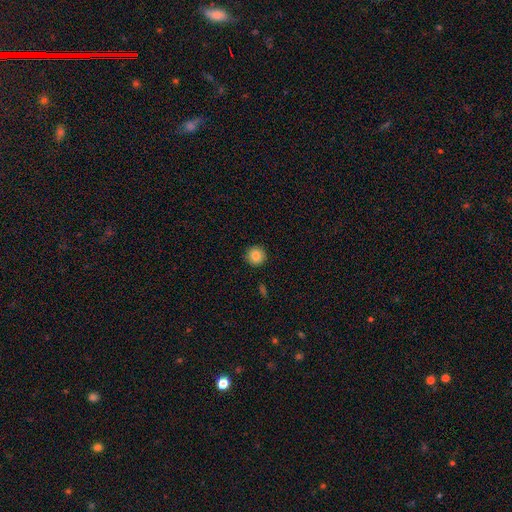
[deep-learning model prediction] Smooth or featured?
  - smooth: 85% *
  - star or artifact: 9%
  - featured or disk: 6%
How rounded?
  - round: 95% *
  - in between: 4%
  - cigar-shaped: 1%
Merging?
  - none: 92% *
  - minor disturbance: 5%
  - major disturbance: 2%
  - merger: 1%